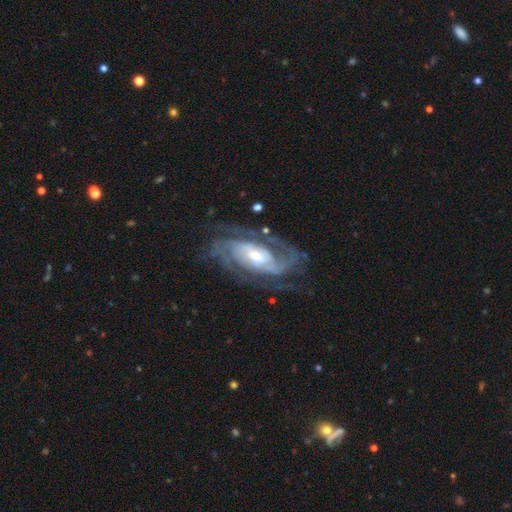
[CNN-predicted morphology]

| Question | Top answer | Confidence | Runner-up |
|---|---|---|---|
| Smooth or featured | featured or disk | 90% | smooth (5%) |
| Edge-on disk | no | 95% | yes (5%) |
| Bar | no | 49% | weak (35%) |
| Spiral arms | yes | 97% | no (3%) |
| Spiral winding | tight | 52% | medium (39%) |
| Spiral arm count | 2 | 35% | 3 (22%) |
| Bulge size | moderate | 46% | small (44%) |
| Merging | none | 70% | minor disturbance (17%) |